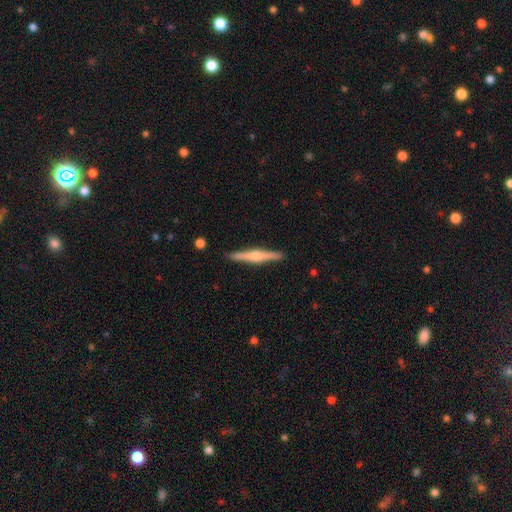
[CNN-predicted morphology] Overall: featured or disk (71%). Edge-on disk: yes (98%). Edge-on bulge: rounded (87%). Merging: none (92%).